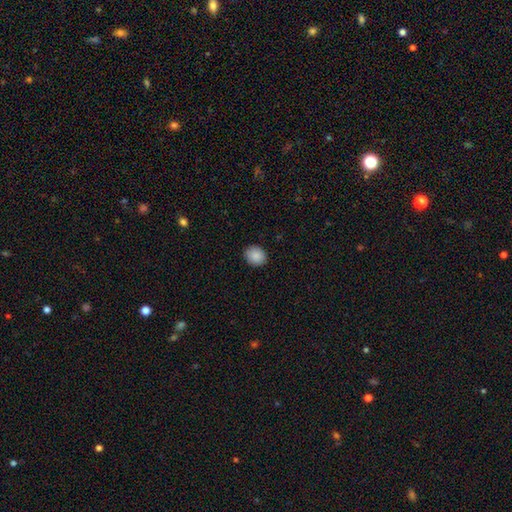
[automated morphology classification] smooth-or-featured: smooth: 88% | star or artifact: 8% | featured or disk: 4%
  how-rounded: round: 67% | in between: 32% | cigar-shaped: 1%
  merging: none: 89% | minor disturbance: 8% | major disturbance: 2% | merger: 1%